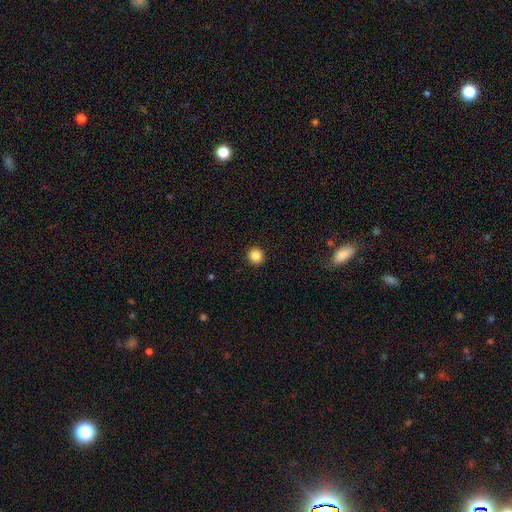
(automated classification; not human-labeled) A smooth galaxy with no disk features (86%) that is round (93%).

Vote fractions:
- Smooth or featured? smooth: 86% / star or artifact: 10% / featured or disk: 3%
- How rounded? round: 93% / in between: 6% / cigar-shaped: 1%
- Merging? none: 93% / minor disturbance: 5% / major disturbance: 2% / merger: 1%